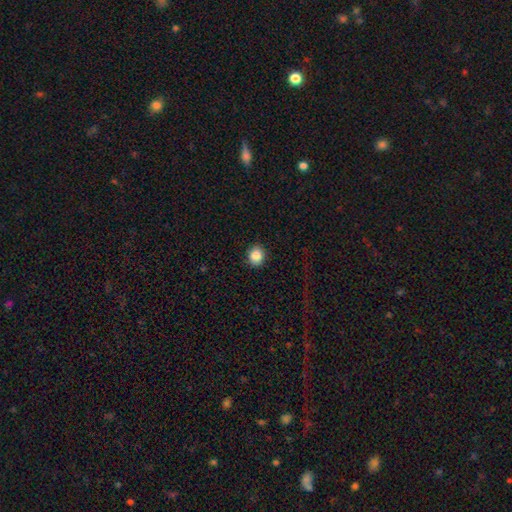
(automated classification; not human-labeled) Smooth or featured: smooth — 87% (star or artifact — 9%)
How rounded: round — 80% (in between — 19%)
Merging: none — 90% (minor disturbance — 7%)